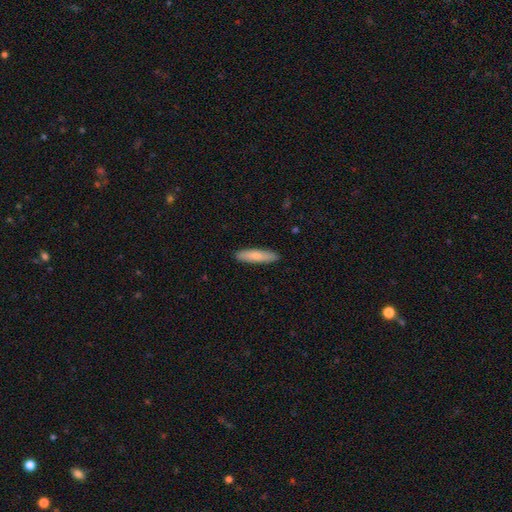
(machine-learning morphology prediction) Smooth or featured? Predicted: smooth (p=0.80). How rounded? Predicted: cigar-shaped (p=0.82). Merging? Predicted: none (p=0.90).